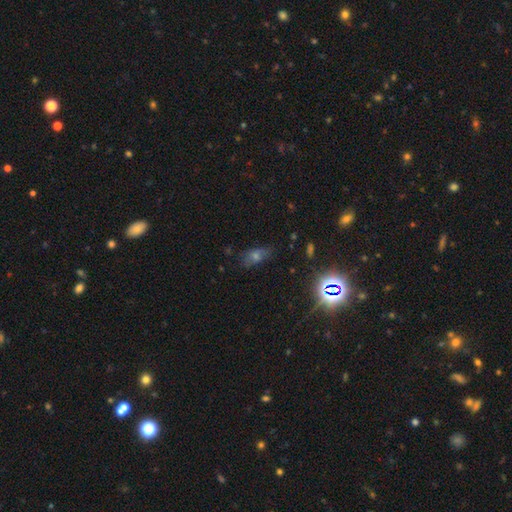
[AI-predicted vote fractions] Morphology: type=smooth (42%); merging=none (70%).